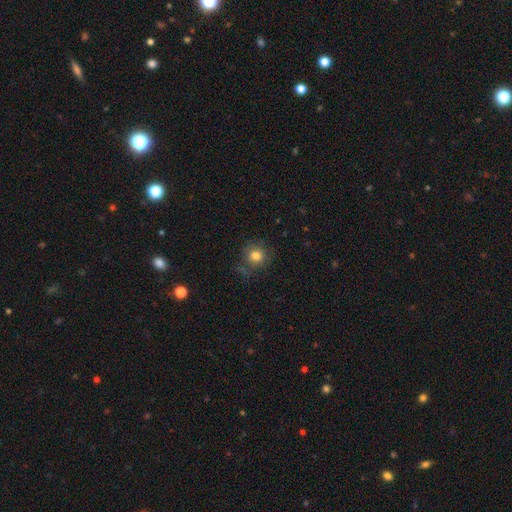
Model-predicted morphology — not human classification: Smooth or featured? Predicted: smooth (p=0.81). How rounded? Predicted: round (p=0.90). Merging? Predicted: none (p=0.77).